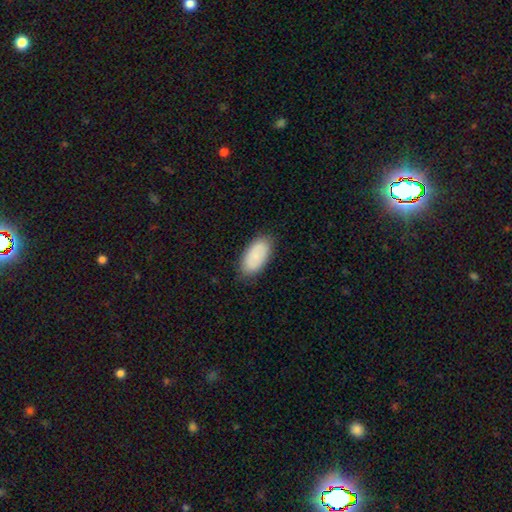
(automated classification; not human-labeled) Smooth or featured? Predicted: smooth (p=0.84). How rounded? Predicted: in between (p=0.95). Merging? Predicted: none (p=0.83).